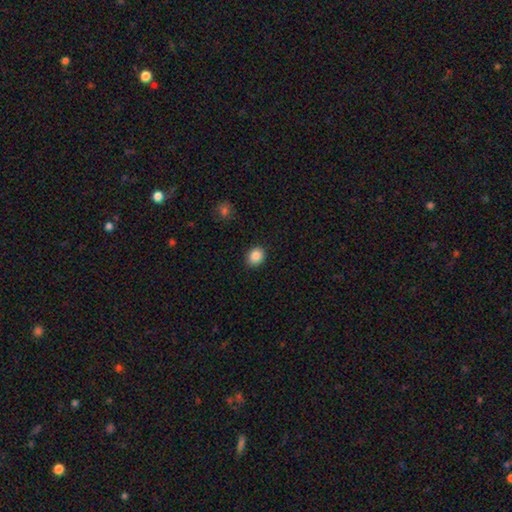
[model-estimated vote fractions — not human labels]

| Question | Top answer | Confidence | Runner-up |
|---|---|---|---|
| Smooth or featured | smooth | 88% | star or artifact (9%) |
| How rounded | round | 58% | in between (41%) |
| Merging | none | 89% | minor disturbance (8%) |